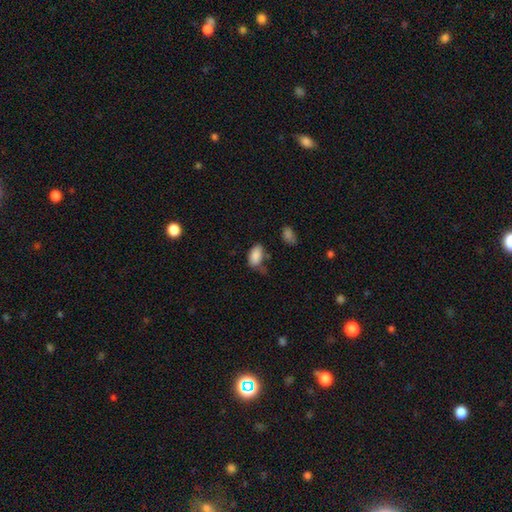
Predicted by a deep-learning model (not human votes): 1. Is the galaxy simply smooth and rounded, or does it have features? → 87% smooth, 8% star or artifact, 5% featured or disk.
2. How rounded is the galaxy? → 94% in between, 4% round, 2% cigar-shaped.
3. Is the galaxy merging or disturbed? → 53% none, 29% minor disturbance, 10% major disturbance, 8% merger.